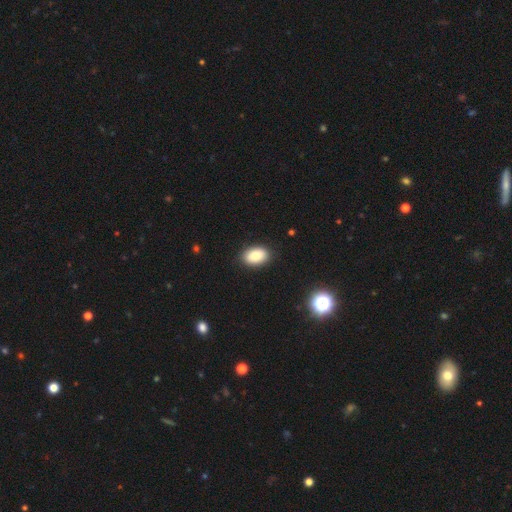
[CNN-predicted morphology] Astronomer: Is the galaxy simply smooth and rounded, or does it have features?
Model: smooth — 84%.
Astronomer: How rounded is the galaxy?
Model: in between — 90%.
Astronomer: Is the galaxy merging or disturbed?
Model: none — 88%.